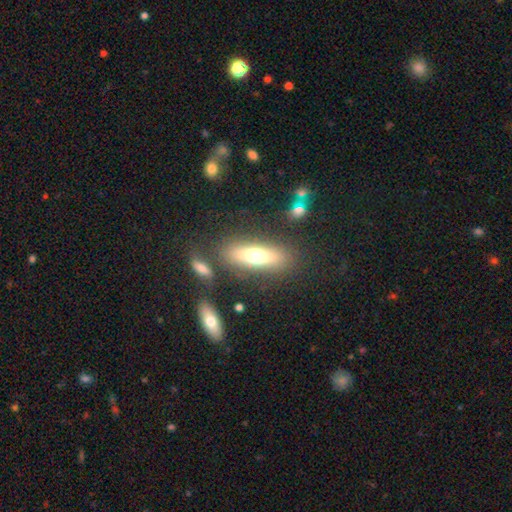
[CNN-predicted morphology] Overall: smooth (56%; featured or disk 34%). How rounded: in between (51%; cigar-shaped 45%). Merging: none (79%).